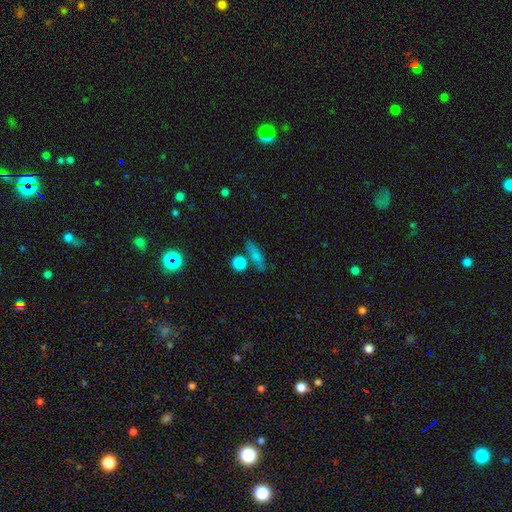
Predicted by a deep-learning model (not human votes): smooth 70%, featured or disk 18%, star or artifact 11%. Down the decision tree: how rounded — cigar-shaped (51%); merging — none (68%).